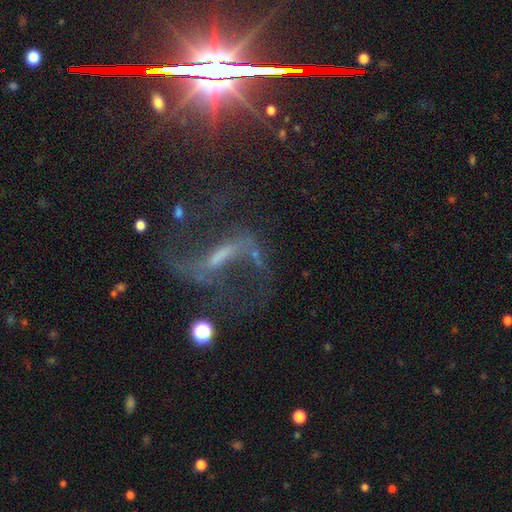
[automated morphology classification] A featured or disk galaxy (69%) with a strong bar (49%), spiral arms (77%) and no central bulge (43%).

Vote fractions:
- Smooth or featured? featured or disk: 69% / star or artifact: 17% / smooth: 14%
- Edge-on disk? no: 89% / yes: 11%
- Bar? strong: 49% / weak: 31% / no: 20%
- Spiral arms? yes: 77% / no: 23%
- Bulge size? none: 43% / small: 30% / moderate: 21% / large: 4% / dominant: 2%
- Merging? none: 45% / major disturbance: 30% / minor disturbance: 16% / merger: 8%